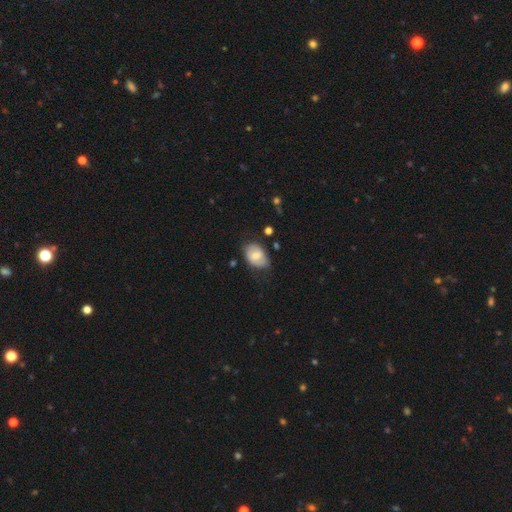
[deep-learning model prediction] smooth-or-featured: smooth: 67% | featured or disk: 26% | star or artifact: 7%
  how-rounded: in between: 81% | round: 18% | cigar-shaped: 1%
  merging: none: 62% | minor disturbance: 28% | major disturbance: 7% | merger: 2%